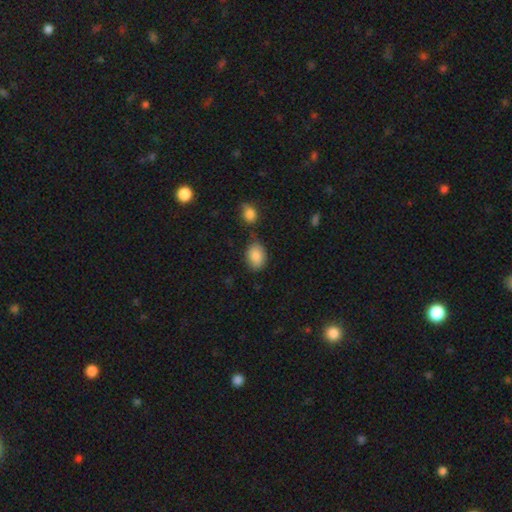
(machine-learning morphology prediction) smooth-or-featured: smooth: 85% | star or artifact: 8% | featured or disk: 7%
  how-rounded: in between: 77% | round: 22% | cigar-shaped: 1%
  merging: none: 66% | minor disturbance: 19% | merger: 11% | major disturbance: 5%